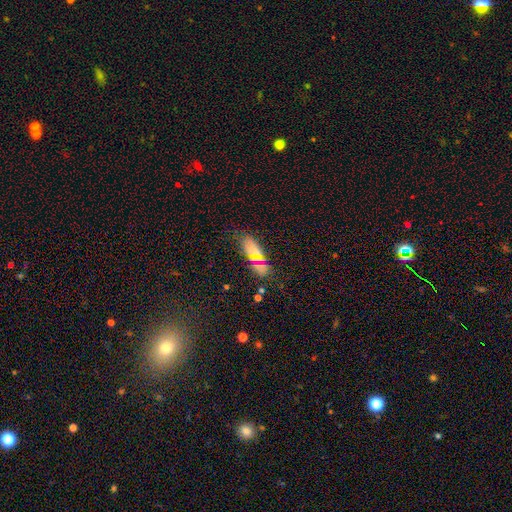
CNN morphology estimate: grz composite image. It shows a smooth galaxy with no disk features (67%) that is in between round and cigar-shaped (85%). Merging: none (79%).